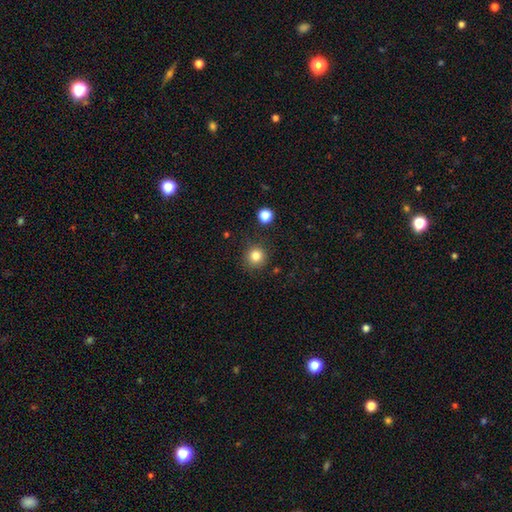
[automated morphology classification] Smooth or featured? smooth (83%)
How rounded? round (93%)
Merging? none (86%)